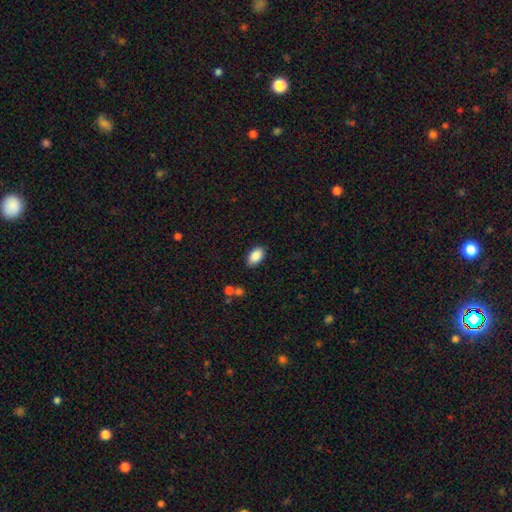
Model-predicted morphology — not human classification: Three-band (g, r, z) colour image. It shows a smooth galaxy with no disk features (88%) that is in between round and cigar-shaped (92%). Merging: none (85%).